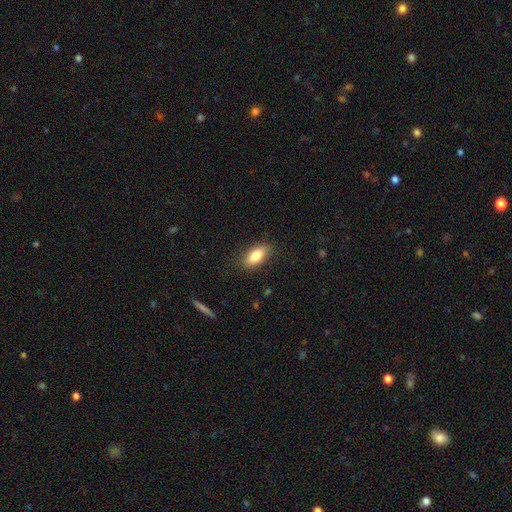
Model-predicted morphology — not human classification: smooth_or_featured: smooth (p=0.80) [alt: featured or disk p=0.12]
how_rounded: in between (p=0.85) [alt: cigar-shaped p=0.11]
merging: none (p=0.85) [alt: minor disturbance p=0.11]